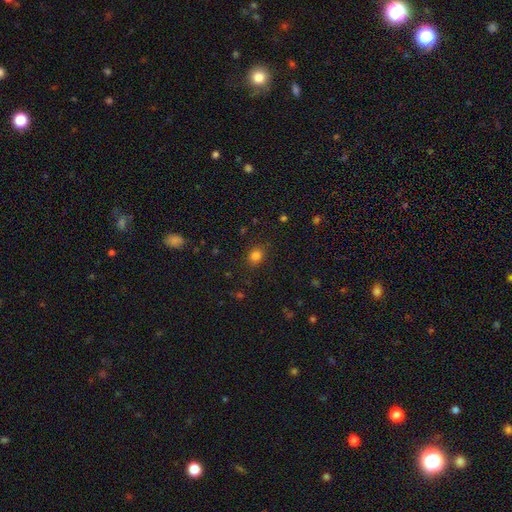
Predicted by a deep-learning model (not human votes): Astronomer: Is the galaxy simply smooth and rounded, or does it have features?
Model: smooth — 81%.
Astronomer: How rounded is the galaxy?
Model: round — 63%.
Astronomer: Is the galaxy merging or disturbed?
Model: none — 86%.